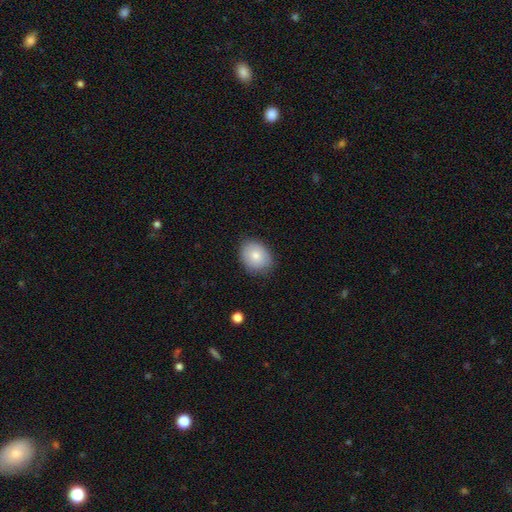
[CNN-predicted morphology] type=smooth (79%); roundness=in between (64%); merging=none (81%).